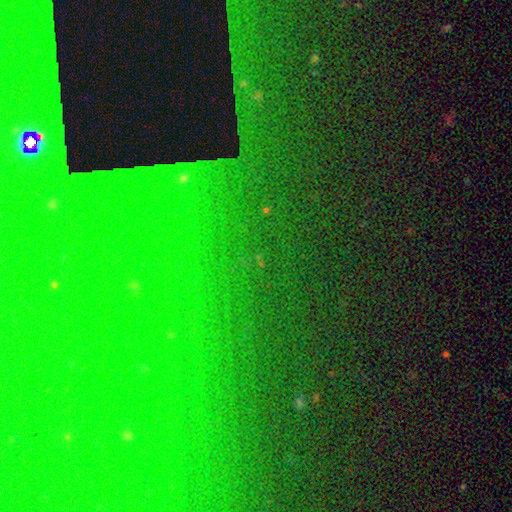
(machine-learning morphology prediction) Smooth or featured? Predicted: star or artifact (p=0.79).